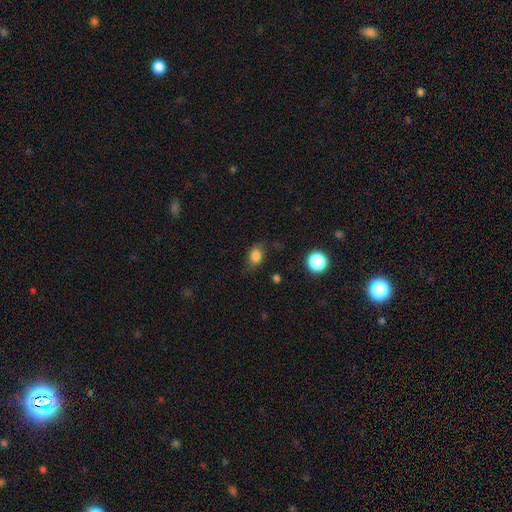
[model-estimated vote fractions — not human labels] Morphology: type=smooth (83%); roundness=in between (64%); merging=none (74%).